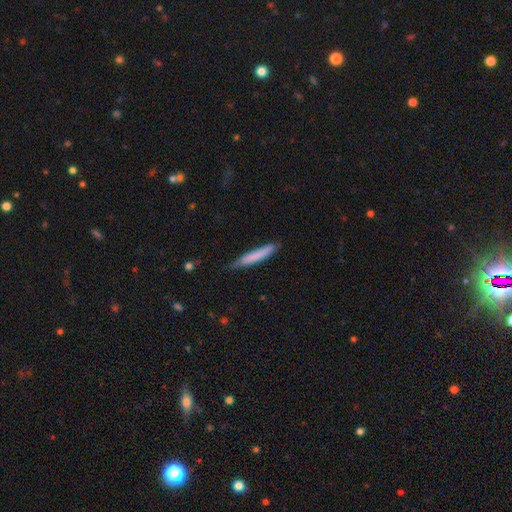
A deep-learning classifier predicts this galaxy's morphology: smooth-or-featured: smooth: 76% | featured or disk: 19% | star or artifact: 6%
  how-rounded: cigar-shaped: 94% | in between: 5% | round: 1%
  merging: none: 71% | minor disturbance: 23% | major disturbance: 4% | merger: 2%